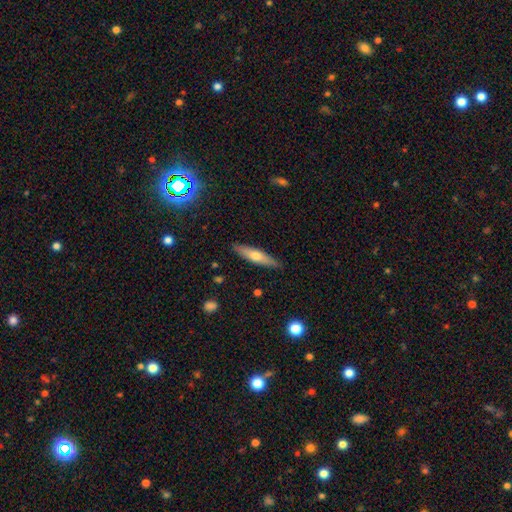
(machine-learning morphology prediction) smooth 51%, featured or disk 43%, star or artifact 6%. Down the decision tree: how rounded — cigar-shaped (80%); merging — none (88%).